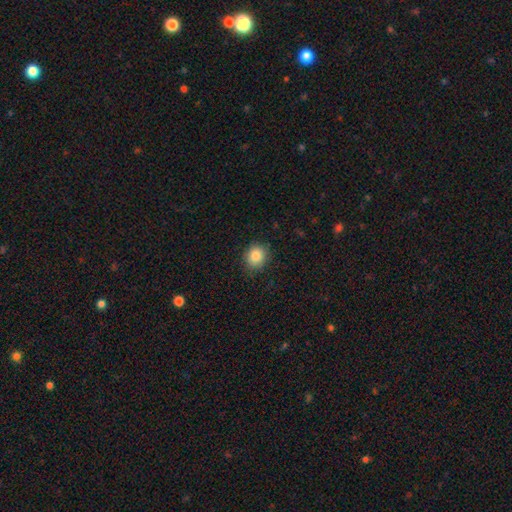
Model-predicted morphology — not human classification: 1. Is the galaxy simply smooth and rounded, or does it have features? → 84% smooth, 10% star or artifact, 6% featured or disk.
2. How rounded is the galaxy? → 76% round, 23% in between, 1% cigar-shaped.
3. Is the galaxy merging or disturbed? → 86% none, 10% minor disturbance, 3% major disturbance, 1% merger.